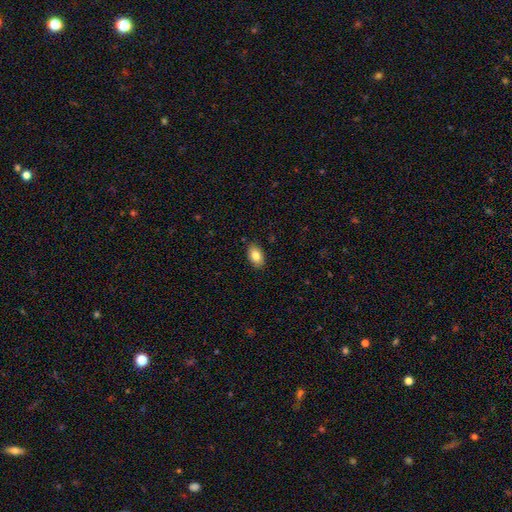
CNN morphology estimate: A smooth galaxy with no disk features (82%) that is in between round and cigar-shaped (91%).

Vote fractions:
- Smooth or featured? smooth: 82% / featured or disk: 11% / star or artifact: 7%
- How rounded? in between: 91% / round: 7% / cigar-shaped: 1%
- Merging? none: 88% / minor disturbance: 9% / major disturbance: 2% / merger: 1%